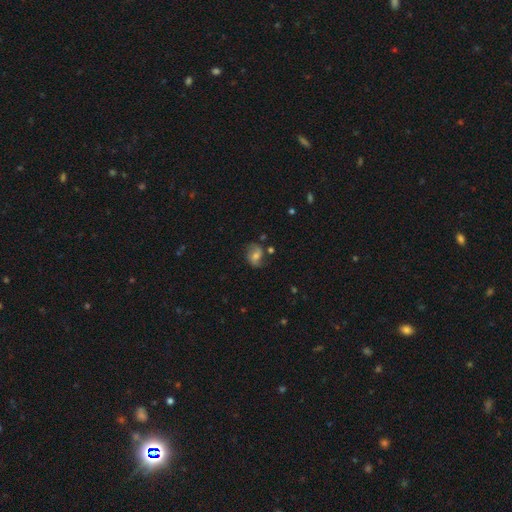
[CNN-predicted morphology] smooth_or_featured: featured or disk (p=0.52) [alt: smooth p=0.38]
disk_edge_on: no (p=0.96) [alt: yes p=0.04]
merging: none (p=0.67) [alt: minor disturbance p=0.20]